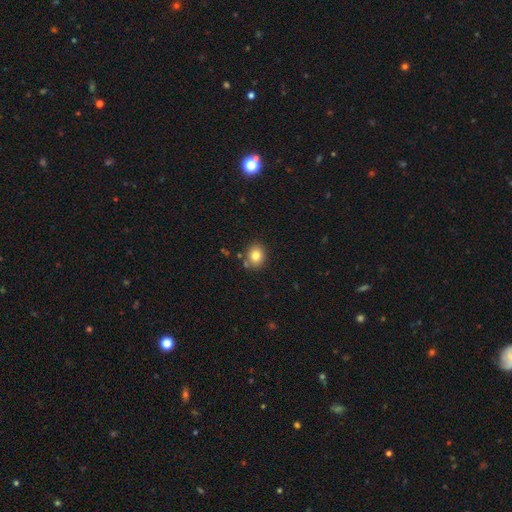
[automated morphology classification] Q: Smooth or featured?
A: smooth (80%); runner-up: star or artifact (11%)
Q: How rounded?
A: round (67%); runner-up: in between (32%)
Q: Merging?
A: none (81%); runner-up: minor disturbance (11%)